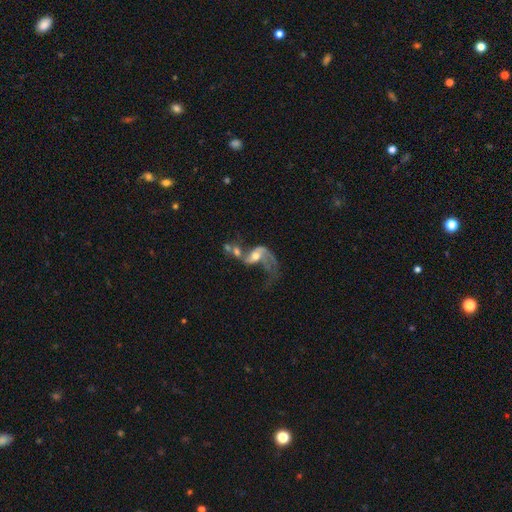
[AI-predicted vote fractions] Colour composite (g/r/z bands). It shows a featured or disk galaxy (72%) with no bar (54%), 2 (58%) loose (81%) spiral arms (78%) and a moderate central bulge (58%). Merging: merger (55%).